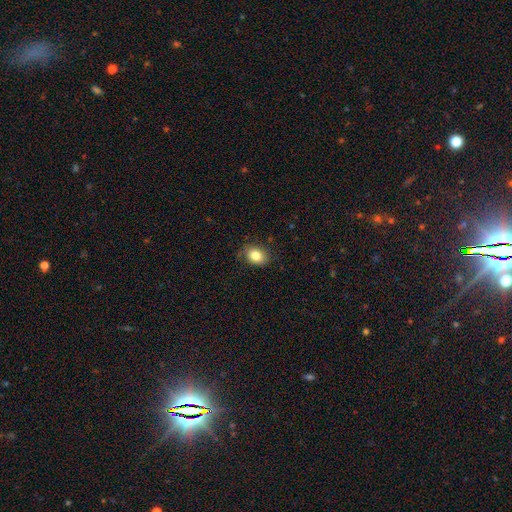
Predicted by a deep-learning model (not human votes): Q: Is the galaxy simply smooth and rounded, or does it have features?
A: smooth — 83%.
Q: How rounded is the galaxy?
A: in between — 62%.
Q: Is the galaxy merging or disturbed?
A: none — 82%.